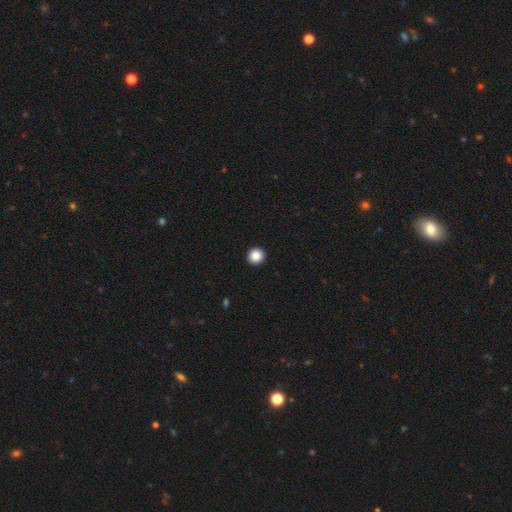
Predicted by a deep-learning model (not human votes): A smooth galaxy with no disk features (87%) that is round (94%).

Vote fractions:
- Smooth or featured? smooth: 87% / star or artifact: 10% / featured or disk: 3%
- How rounded? round: 94% / in between: 5% / cigar-shaped: 1%
- Merging? none: 94% / minor disturbance: 4% / major disturbance: 1% / merger: 1%